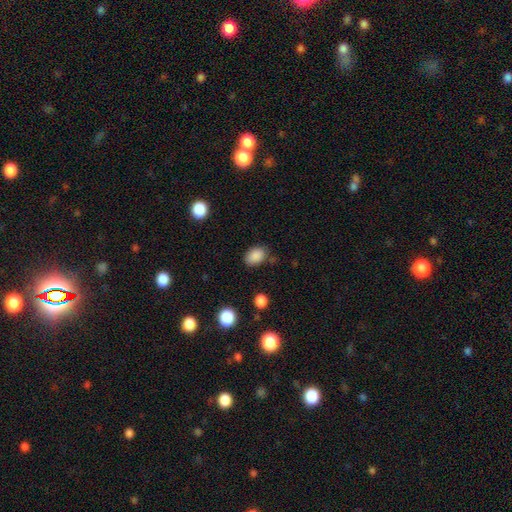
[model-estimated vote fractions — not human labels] smooth-or-featured: smooth: 87% | star or artifact: 9% | featured or disk: 4%
  how-rounded: in between: 76% | round: 23% | cigar-shaped: 1%
  merging: none: 78% | minor disturbance: 15% | major disturbance: 4% | merger: 3%